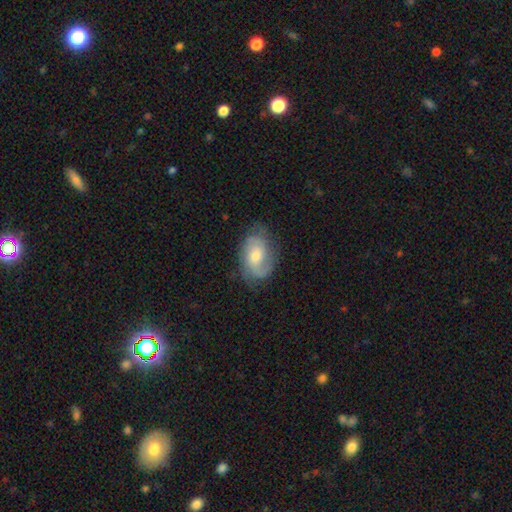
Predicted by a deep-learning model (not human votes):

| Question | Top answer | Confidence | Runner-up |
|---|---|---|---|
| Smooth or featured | featured or disk | 62% | smooth (32%) |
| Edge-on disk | no | 95% | yes (5%) |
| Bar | no | 62% | weak (32%) |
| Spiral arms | yes | 88% | no (12%) |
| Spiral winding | medium | 41% | tight (37%) |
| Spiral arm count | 2 | 50% | can't tell (25%) |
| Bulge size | moderate | 59% | small (32%) |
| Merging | none | 68% | minor disturbance (22%) |